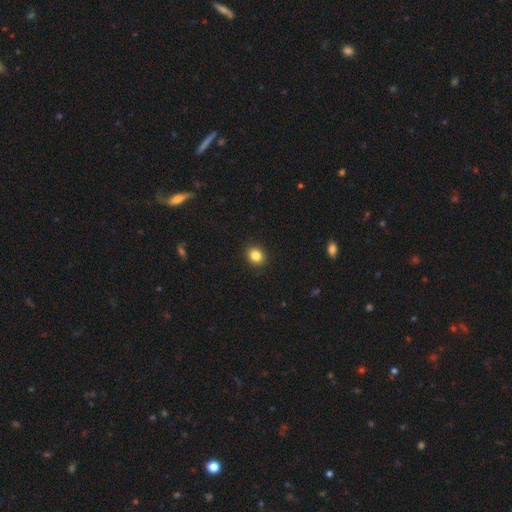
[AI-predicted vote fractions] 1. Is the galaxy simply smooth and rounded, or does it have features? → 85% smooth, 11% star or artifact, 5% featured or disk.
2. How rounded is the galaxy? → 69% round, 30% in between, 1% cigar-shaped.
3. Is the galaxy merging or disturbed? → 91% none, 6% minor disturbance, 2% major disturbance, 1% merger.